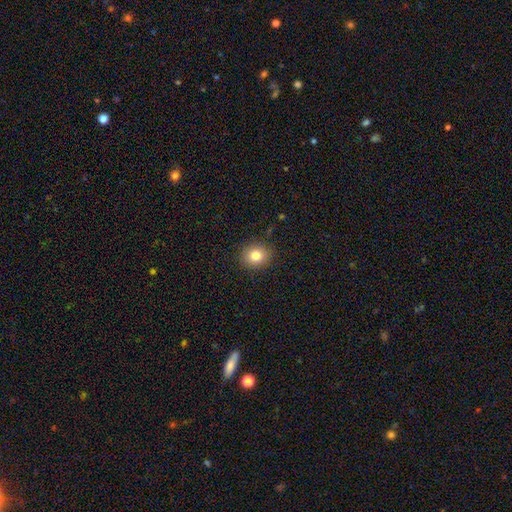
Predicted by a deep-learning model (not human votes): smooth 82%, star or artifact 11%, featured or disk 7%. Down the decision tree: how rounded — round (73%); merging — none (89%).